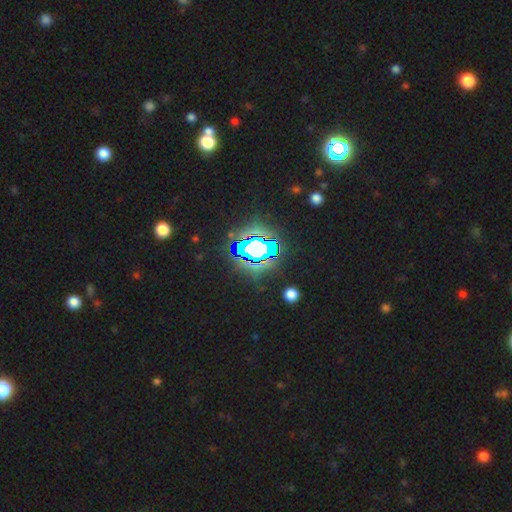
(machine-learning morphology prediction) Smooth or featured? Predicted: star or artifact (p=0.80).